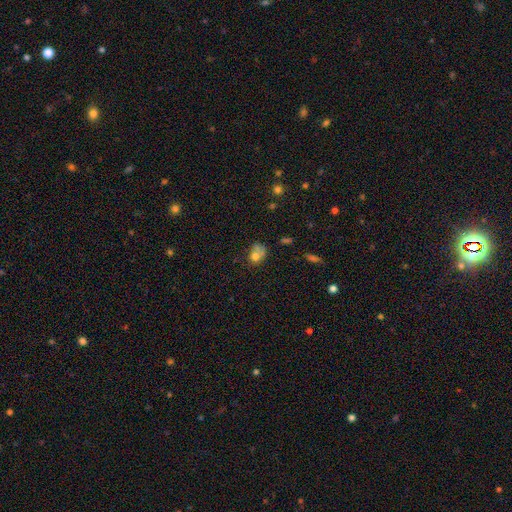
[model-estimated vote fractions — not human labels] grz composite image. It shows a smooth galaxy with no disk features (69%) that is in between round and cigar-shaped (51%). Merging: none (32%).